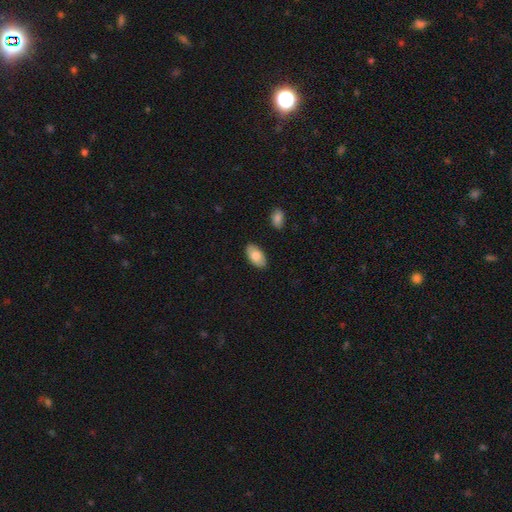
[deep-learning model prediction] Q: Smooth or featured?
A: smooth (78%); runner-up: featured or disk (16%)
Q: How rounded?
A: in between (95%); runner-up: round (3%)
Q: Merging?
A: none (87%); runner-up: minor disturbance (10%)